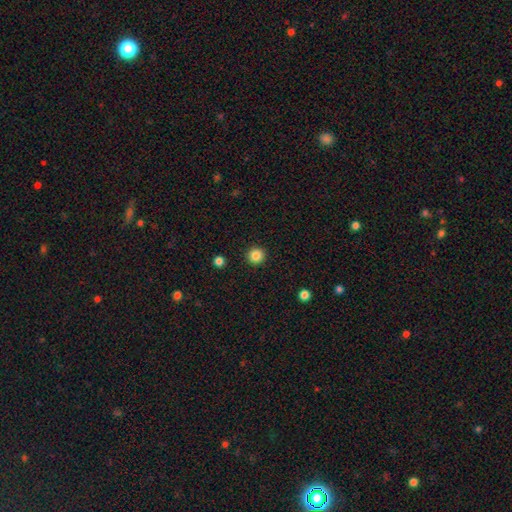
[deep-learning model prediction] A smooth galaxy with no disk features (85%) that is round (95%).

Vote fractions:
- Smooth or featured? smooth: 85% / star or artifact: 11% / featured or disk: 4%
- How rounded? round: 95% / in between: 4% / cigar-shaped: 1%
- Merging? none: 93% / minor disturbance: 4% / major disturbance: 2% / merger: 1%